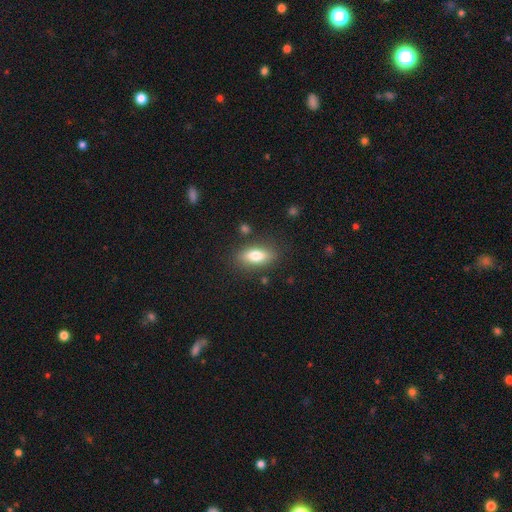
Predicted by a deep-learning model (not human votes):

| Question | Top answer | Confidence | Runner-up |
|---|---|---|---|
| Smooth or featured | smooth | 74% | featured or disk (19%) |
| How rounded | in between | 77% | cigar-shaped (18%) |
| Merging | none | 82% | minor disturbance (12%) |